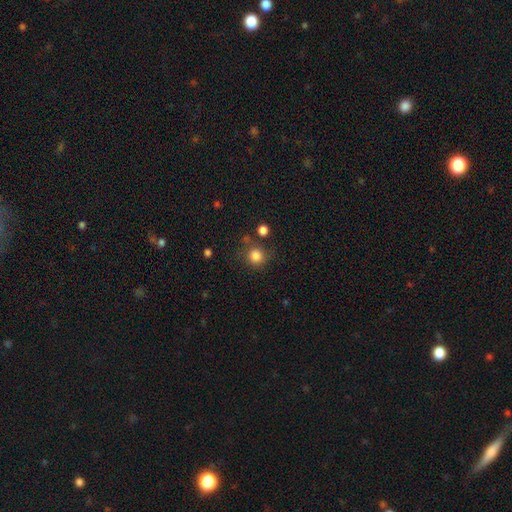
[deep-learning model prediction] Overall: smooth (83%). How rounded: round (91%). Merging: none (75%).